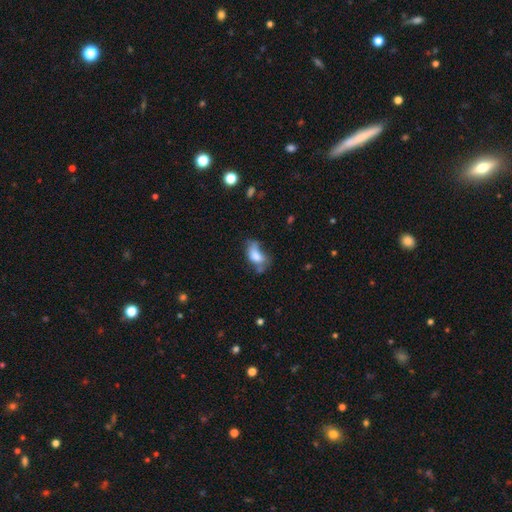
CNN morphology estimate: type=smooth (65%); roundness=in between (86%); merging=none (29%, tied with minor disturbance).